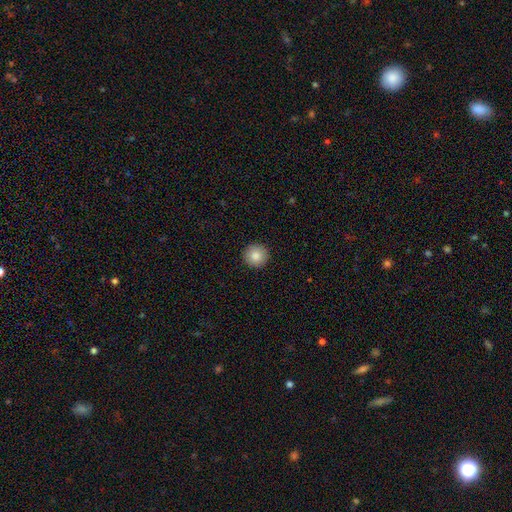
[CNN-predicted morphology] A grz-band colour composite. It shows a smooth galaxy with no disk features (86%) that is round (95%). Merging: none (93%).